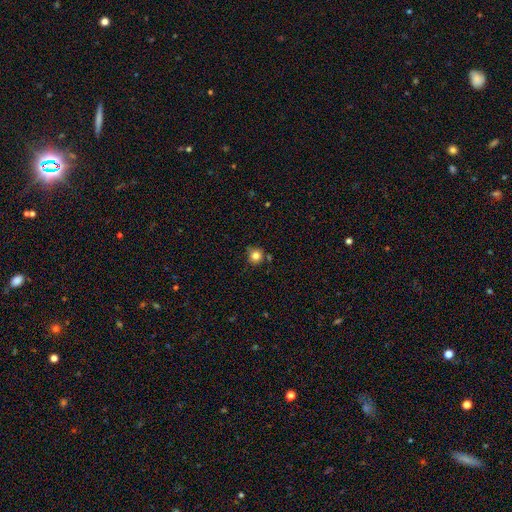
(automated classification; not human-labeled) Smooth or featured? Predicted: smooth (p=0.81). How rounded? Predicted: round (p=0.92). Merging? Predicted: none (p=0.77).